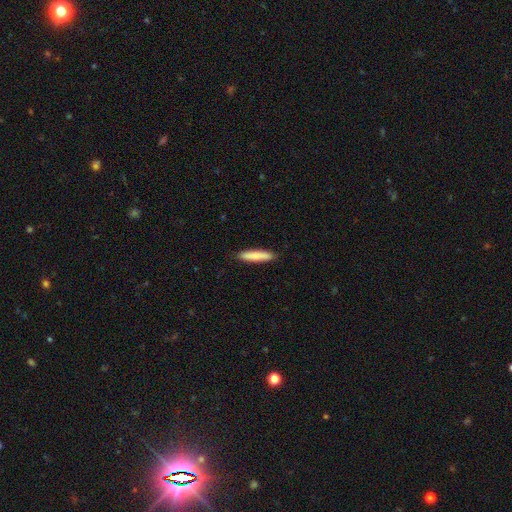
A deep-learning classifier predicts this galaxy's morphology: Overall: smooth (84%). How rounded: cigar-shaped (89%). Merging: none (90%).